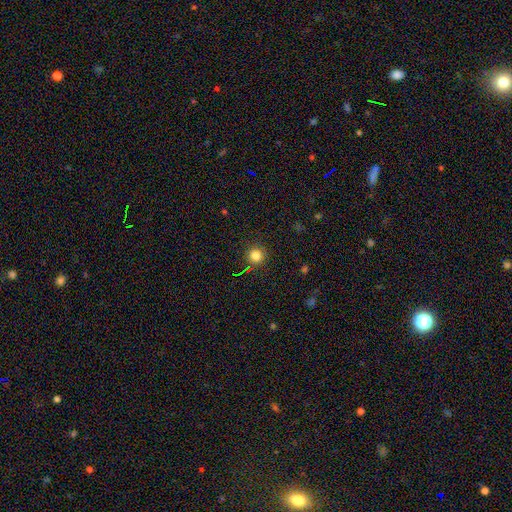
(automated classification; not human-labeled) A smooth galaxy with no disk features (81%) that is round (94%). Merging: none (89%).